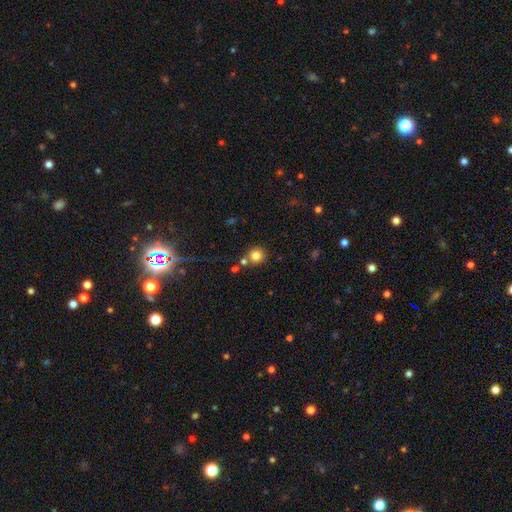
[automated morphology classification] Smooth or featured?
  - smooth: 82% *
  - star or artifact: 12%
  - featured or disk: 6%
How rounded?
  - round: 92% *
  - in between: 7%
  - cigar-shaped: 1%
Merging?
  - none: 73% *
  - merger: 14%
  - minor disturbance: 9%
  - major disturbance: 3%